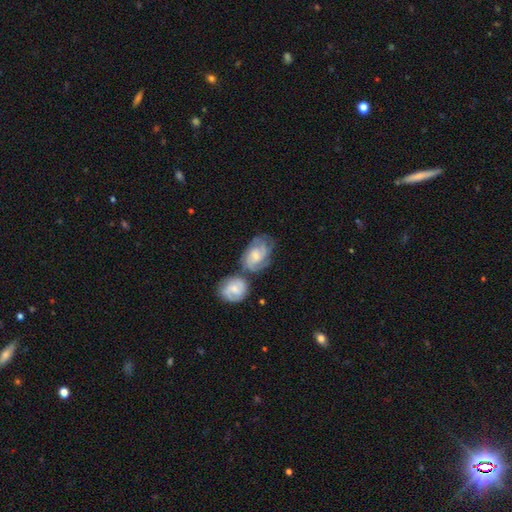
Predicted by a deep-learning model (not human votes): The model was most divided on "spiral arm count": 3: 32%, 2: 28%, can't tell: 25%, 4: 7%, 1: 4%, more than 4: 4%. Remaining: edge-on disk — no (97%); spiral arms — yes (94%); smooth or featured — featured or disk (74%); bar — no (54%); spiral winding — tight (50%); bulge size — small (49%); merging — none (43%).